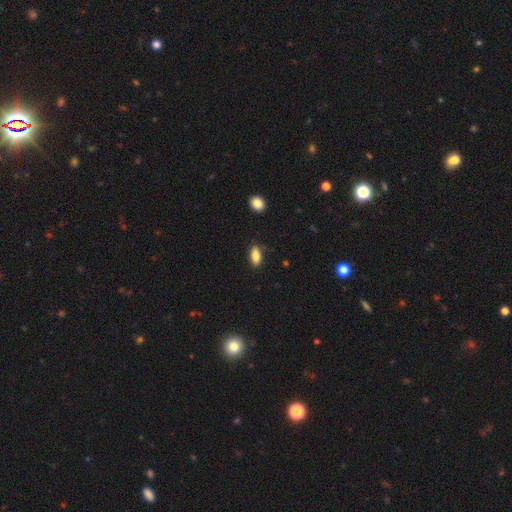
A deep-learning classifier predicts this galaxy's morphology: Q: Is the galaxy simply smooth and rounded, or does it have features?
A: smooth — 86%.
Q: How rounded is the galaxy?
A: in between — 81%.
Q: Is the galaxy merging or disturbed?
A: none — 82%.